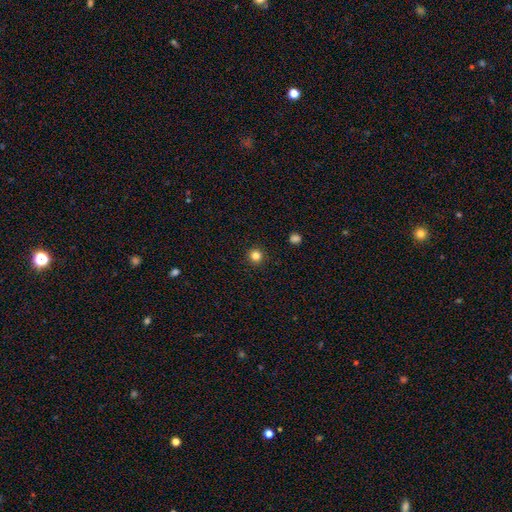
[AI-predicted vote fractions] Morphology: type=smooth (83%); roundness=round (95%); merging=none (93%).